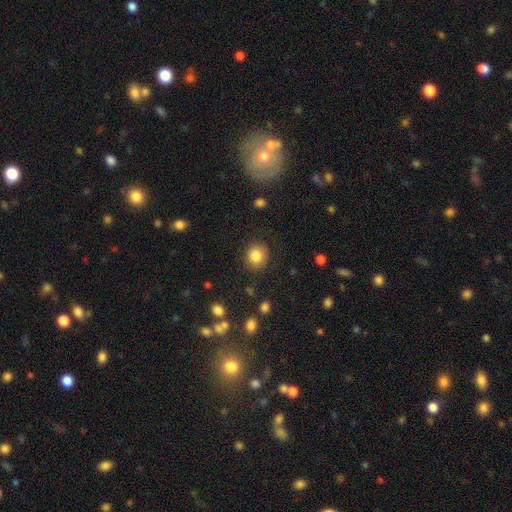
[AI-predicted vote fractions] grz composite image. It shows a smooth galaxy with no disk features (84%) that is round (83%). Merging: none (87%).